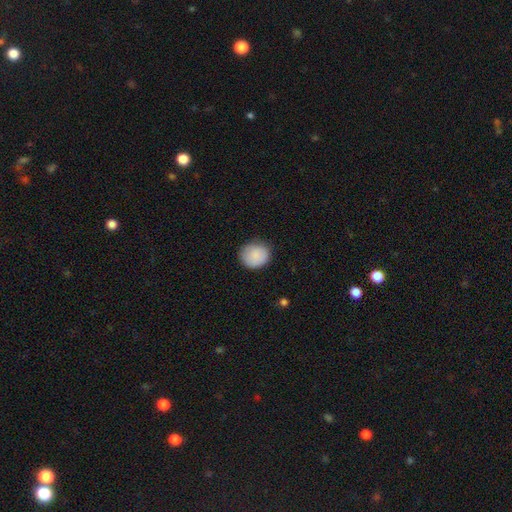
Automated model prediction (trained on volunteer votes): This appears to be a smooth galaxy with no disk features (88%) that is round (81%). Merging: none (82%).